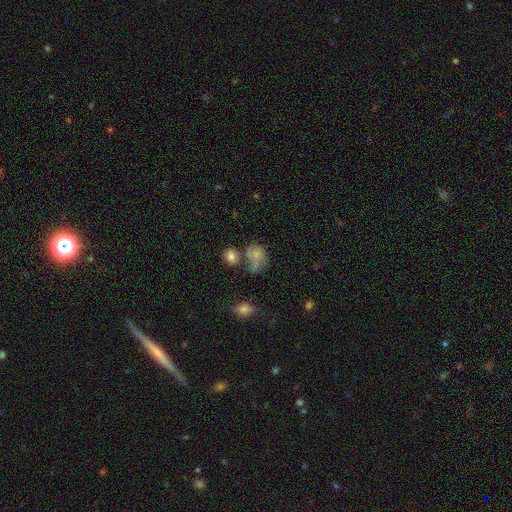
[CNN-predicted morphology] Overall: smooth (67%). How rounded: round (50%; in between 49%). Merging: none (32%; merger 26%).